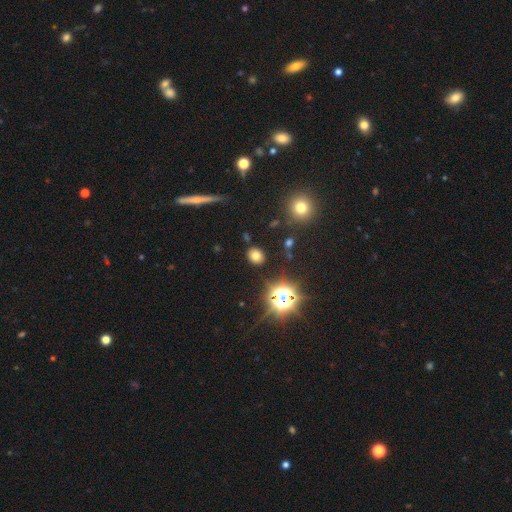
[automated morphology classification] smooth_or_featured: smooth (p=0.70) [alt: star or artifact p=0.21]
how_rounded: round (p=0.63) [alt: in between p=0.36]
merging: none (p=0.87) [alt: minor disturbance p=0.08]